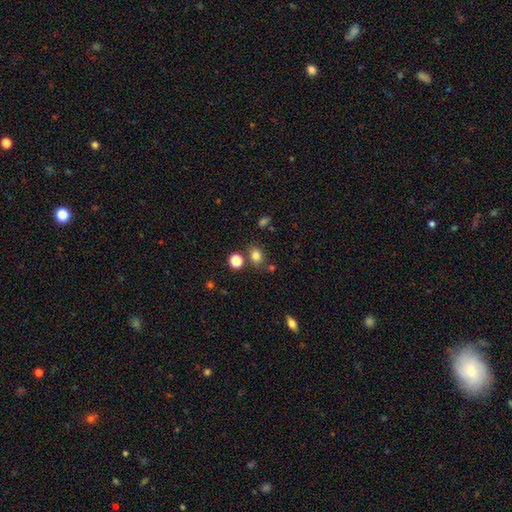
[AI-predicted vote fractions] Smooth or featured? Predicted: smooth (p=0.80). How rounded? Predicted: round (p=0.58). Merging? Predicted: none (p=0.75).